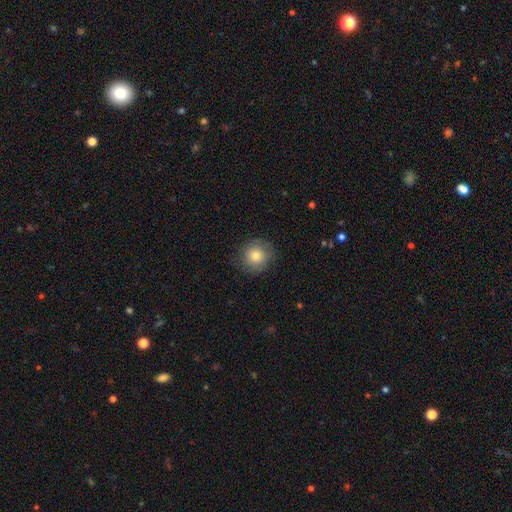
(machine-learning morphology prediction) Smooth or featured? smooth (75%)
How rounded? round (91%)
Merging? none (80%)